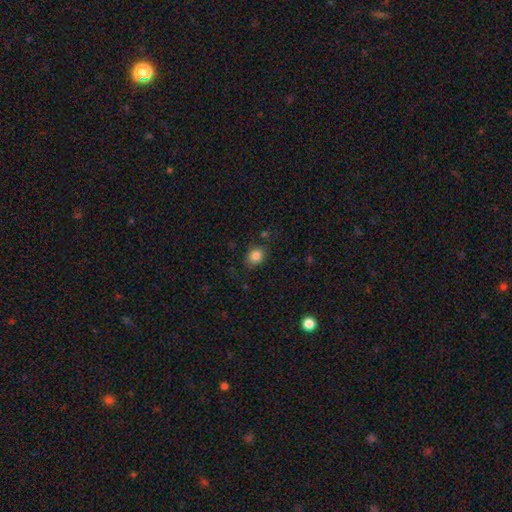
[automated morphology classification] smooth_or_featured: smooth (p=0.84) [alt: star or artifact p=0.10]
how_rounded: round (p=0.61) [alt: in between p=0.38]
merging: none (p=0.77) [alt: minor disturbance p=0.16]